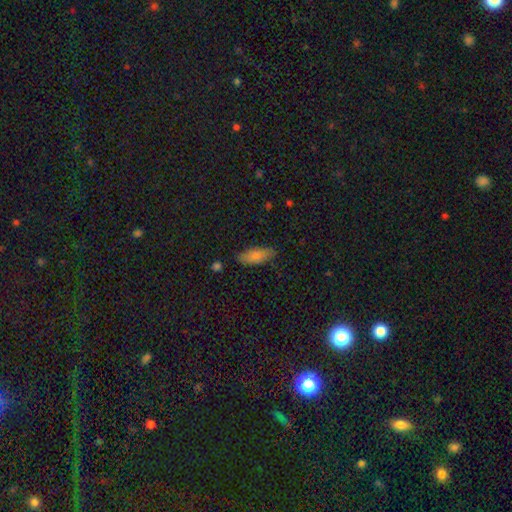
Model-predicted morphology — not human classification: The model was most divided on "how rounded": in between: 75%, cigar-shaped: 23%, round: 2%. More confident: merging — none (81%); smooth or featured — smooth (81%).